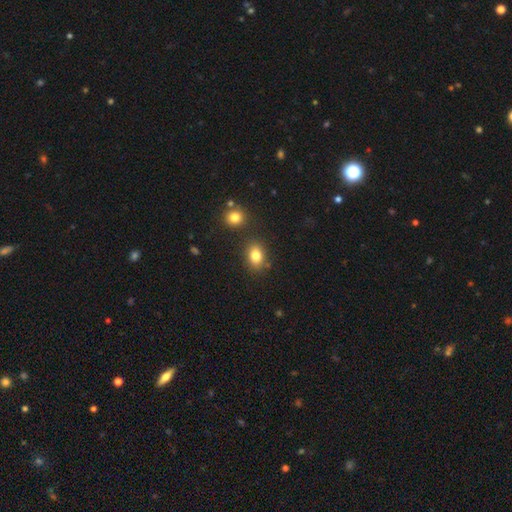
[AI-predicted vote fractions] smooth-or-featured: smooth: 82% | star or artifact: 11% | featured or disk: 7%
  how-rounded: in between: 67% | round: 32% | cigar-shaped: 1%
  merging: none: 79% | minor disturbance: 11% | merger: 7% | major disturbance: 3%